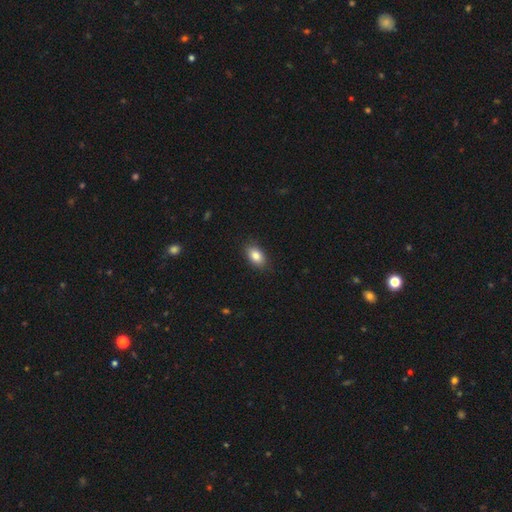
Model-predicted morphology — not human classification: A smooth galaxy with no disk features (85%) that is in between round and cigar-shaped (89%). Merging: none (86%).